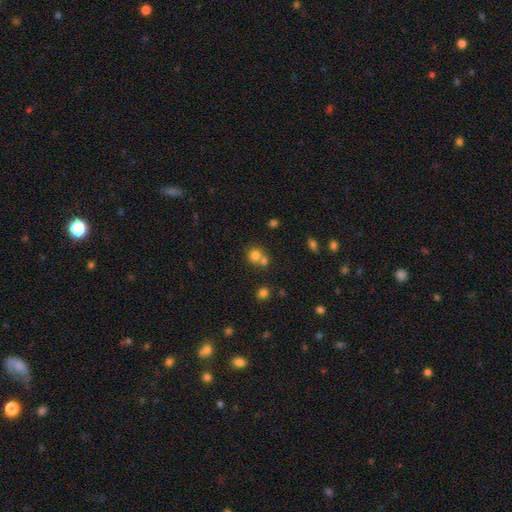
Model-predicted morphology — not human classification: The model was most divided on "merging": merger: 47%, none: 43%, minor disturbance: 7%, major disturbance: 3%. More confident: how rounded — round (83%); smooth or featured — smooth (76%).